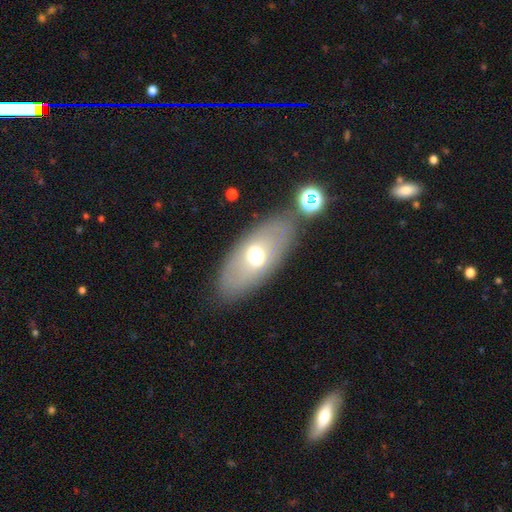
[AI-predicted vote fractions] This appears to be a smooth galaxy with no disk features (51%) that is in between round and cigar-shaped (86%). Merging: none (76%).